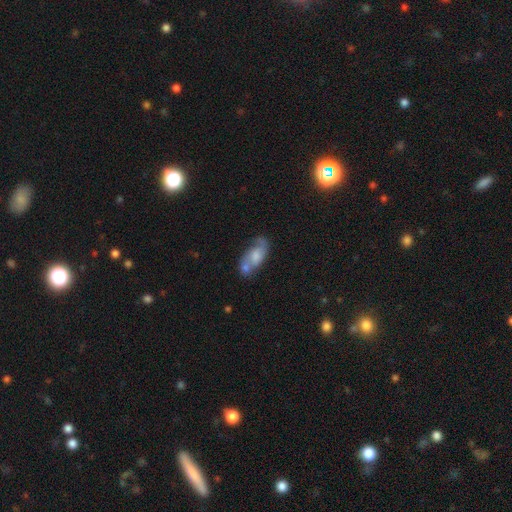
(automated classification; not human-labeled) Q: Smooth or featured?
A: smooth (50%); runner-up: featured or disk (42%)
Q: How rounded?
A: in between (83%); runner-up: cigar-shaped (11%)
Q: Merging?
A: merger (36%); runner-up: none (35%)